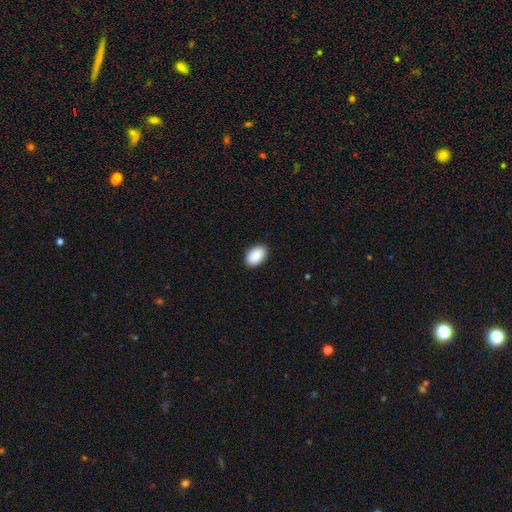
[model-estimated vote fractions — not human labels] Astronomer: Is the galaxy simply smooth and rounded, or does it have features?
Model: smooth — 91%.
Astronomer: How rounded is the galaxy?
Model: in between — 90%.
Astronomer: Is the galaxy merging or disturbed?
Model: none — 89%.